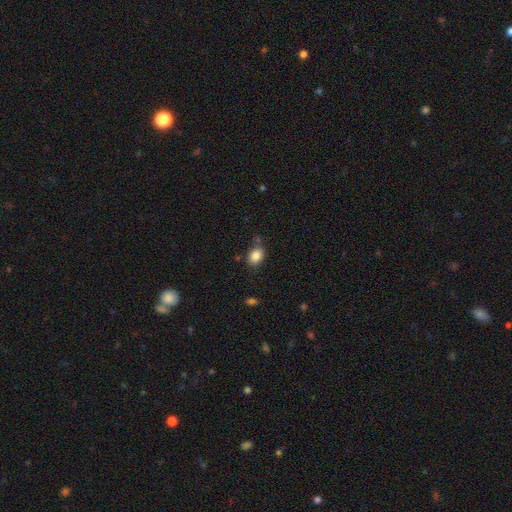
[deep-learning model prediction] Morphology: type=smooth (85%); roundness=in between (69%); merging=none (74%).